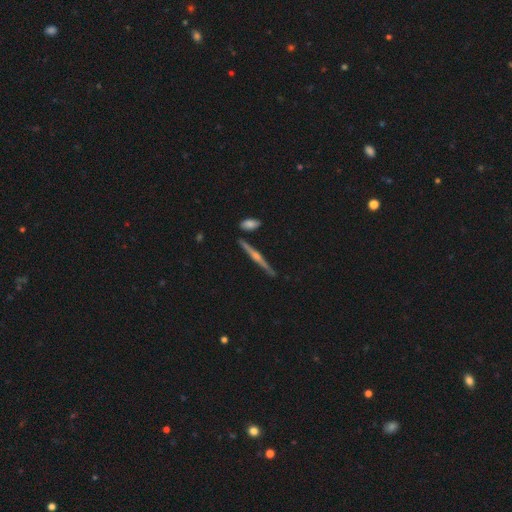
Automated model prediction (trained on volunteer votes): Overall: featured or disk (76%). Edge-on disk: yes (98%). Edge-on bulge: rounded (81%). Merging: none (87%).